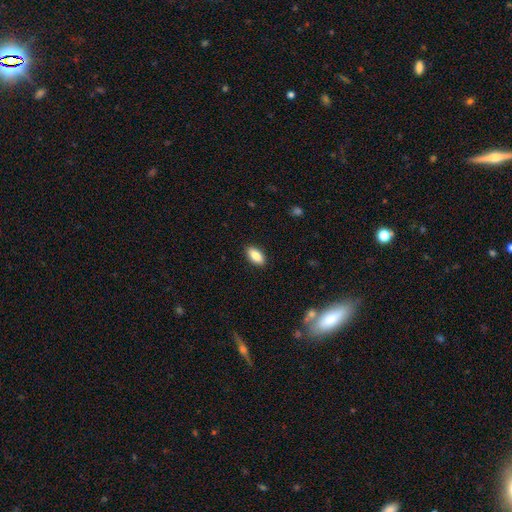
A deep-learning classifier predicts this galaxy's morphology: type=smooth (85%); roundness=in between (90%); merging=none (90%).